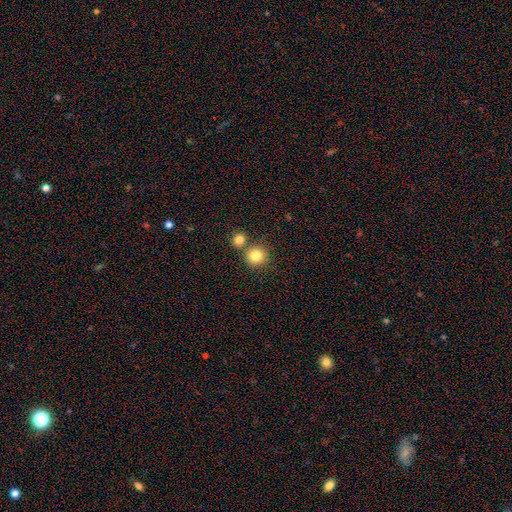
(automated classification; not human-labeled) This appears to be a smooth galaxy with no disk features (82%) that is round (92%). Merging: none (69%).